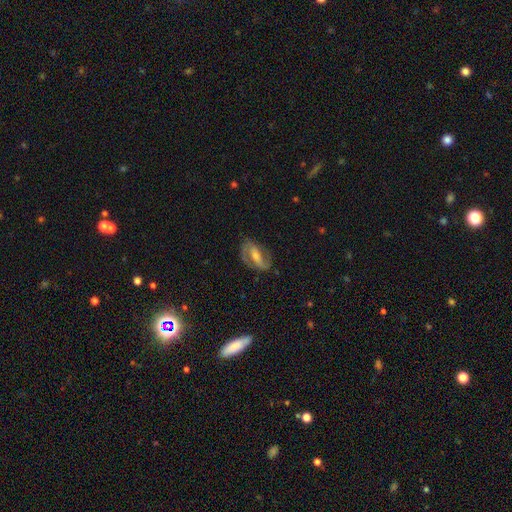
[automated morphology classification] type=featured or disk (77%); edge-on=no (94%); bar=weak (41%); spiral arms=yes (91%); winding=medium (48%); arm count=2 (86%); bulge=moderate (49%); merging=none (76%).